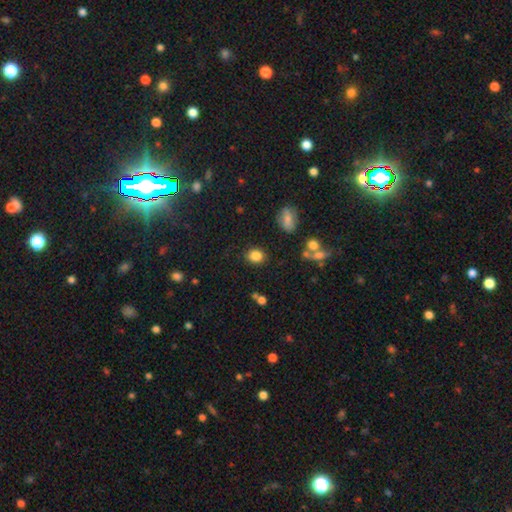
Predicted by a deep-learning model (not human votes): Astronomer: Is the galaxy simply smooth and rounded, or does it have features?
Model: smooth — 84%.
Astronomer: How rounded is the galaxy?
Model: round — 60% (runner-up: in between, 38%).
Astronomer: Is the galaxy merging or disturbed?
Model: none — 85%.